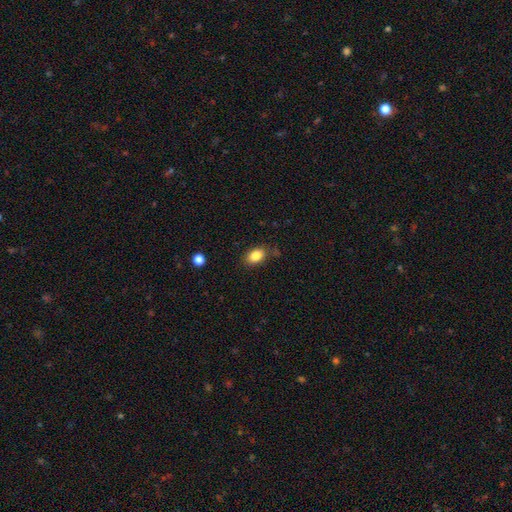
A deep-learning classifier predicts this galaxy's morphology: Q: Smooth or featured?
A: smooth (85%); runner-up: star or artifact (9%)
Q: How rounded?
A: in between (84%); runner-up: round (14%)
Q: Merging?
A: none (82%); runner-up: minor disturbance (13%)